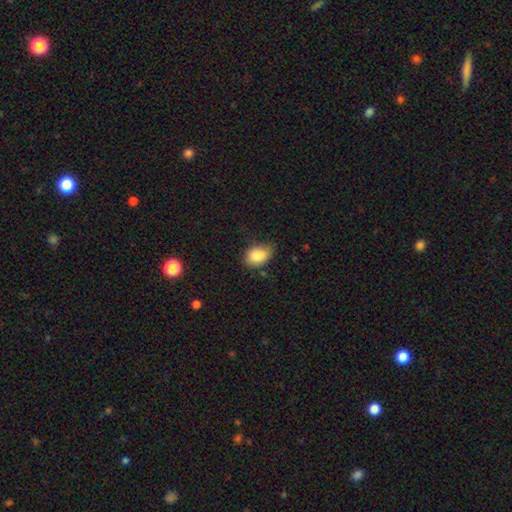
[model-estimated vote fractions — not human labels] This appears to be a smooth galaxy with no disk features (86%) that is in between round and cigar-shaped (83%). Merging: none (60%).